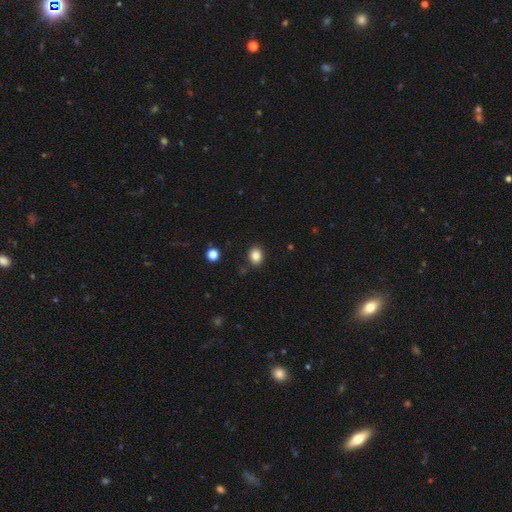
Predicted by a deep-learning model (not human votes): Morphology: type=smooth (85%); roundness=in between (50%); merging=none (87%).